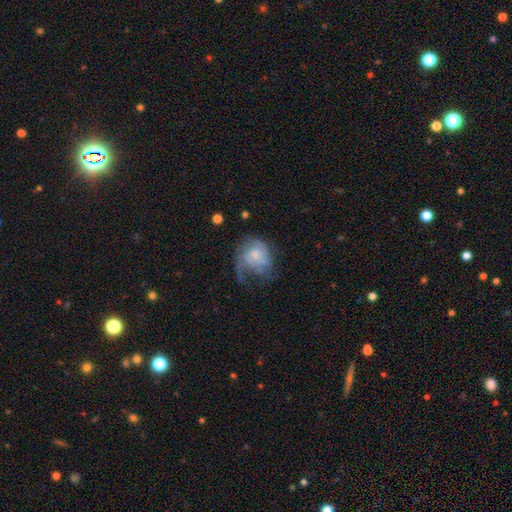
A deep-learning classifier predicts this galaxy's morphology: Smooth or featured?
  - featured or disk: 51% *
  - smooth: 40%
  - star or artifact: 8%
Edge-on disk?
  - no: 98% *
  - yes: 2%
Bar?
  - no: 72% *
  - weak: 25%
  - strong: 3%
Spiral arms?
  - yes: 64% *
  - no: 36%
Bulge size?
  - small: 43% *
  - moderate: 30%
  - none: 19%
  - large: 5%
  - dominant: 2%
Merging?
  - major disturbance: 45% *
  - none: 27%
  - minor disturbance: 25%
  - merger: 3%